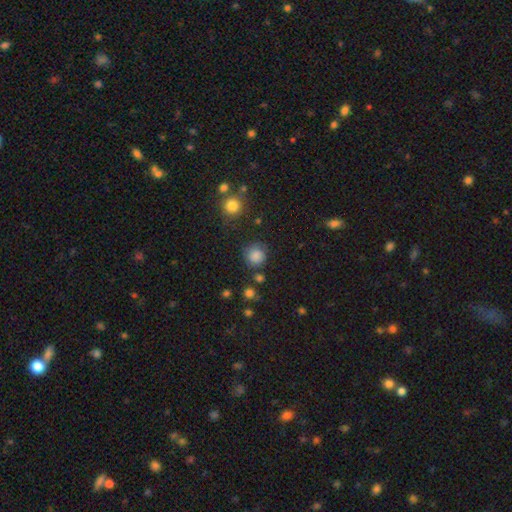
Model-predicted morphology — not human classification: A smooth galaxy with no disk features (82%) that is round (89%).

Vote fractions:
- Smooth or featured? smooth: 82% / star or artifact: 11% / featured or disk: 7%
- How rounded? round: 89% / in between: 10% / cigar-shaped: 1%
- Merging? none: 74% / minor disturbance: 16% / major disturbance: 6% / merger: 4%